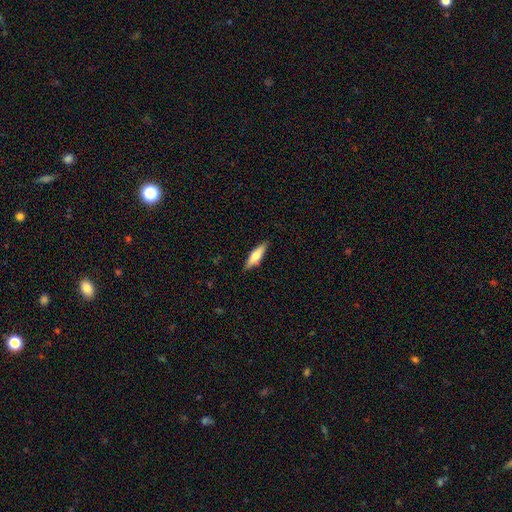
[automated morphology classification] Overall: smooth (65%; featured or disk 30%). How rounded: cigar-shaped (60%; in between 38%). Merging: none (86%).